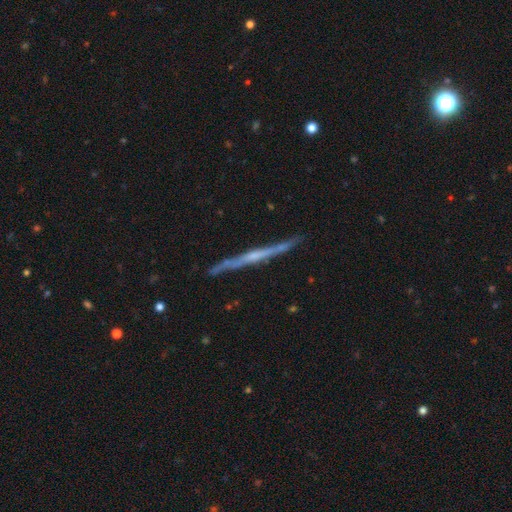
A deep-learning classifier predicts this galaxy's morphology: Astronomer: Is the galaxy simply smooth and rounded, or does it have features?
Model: featured or disk — 78%.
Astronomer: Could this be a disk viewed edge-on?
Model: yes — 97%.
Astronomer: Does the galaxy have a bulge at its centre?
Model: none — 46% (runner-up: rounded, 44%).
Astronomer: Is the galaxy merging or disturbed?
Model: none — 87%.